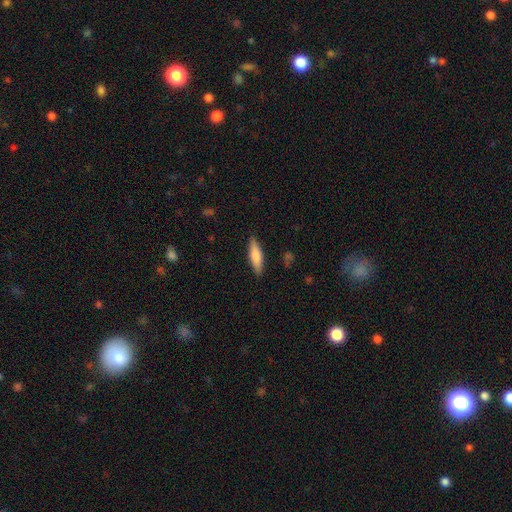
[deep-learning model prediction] Smooth or featured? Predicted: smooth (p=0.76). How rounded? Predicted: cigar-shaped (p=0.65). Merging? Predicted: none (p=0.88).